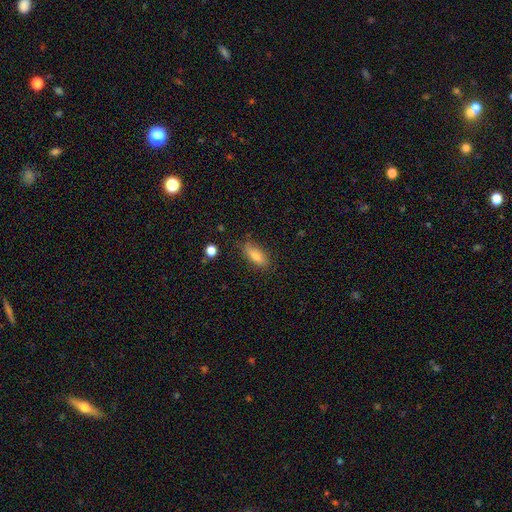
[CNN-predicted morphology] The model was most divided on "how rounded": in between: 67%, cigar-shaped: 30%, round: 3%. More confident: merging — none (80%); smooth or featured — smooth (77%).